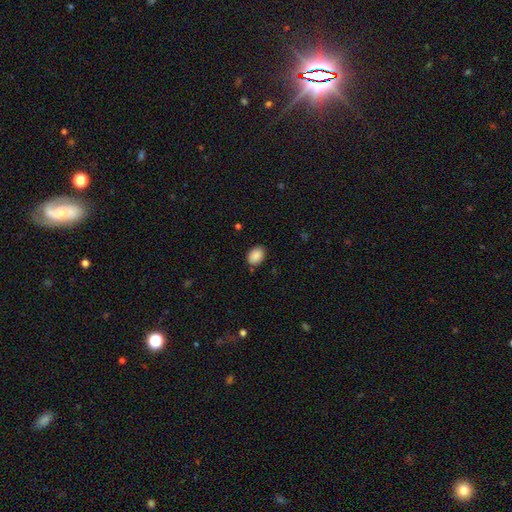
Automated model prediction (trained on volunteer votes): This appears to be a smooth galaxy with no disk features (89%) that is in between round and cigar-shaped (74%). Merging: none (84%).